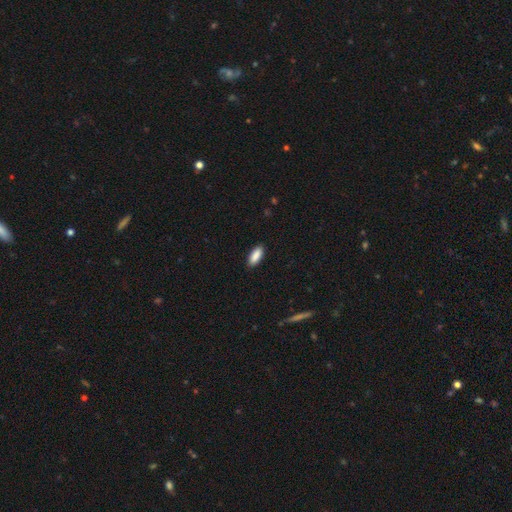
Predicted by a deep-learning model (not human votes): Smooth or featured: smooth — 90% (star or artifact — 6%)
How rounded: in between — 80% (cigar-shaped — 18%)
Merging: none — 89% (minor disturbance — 8%)